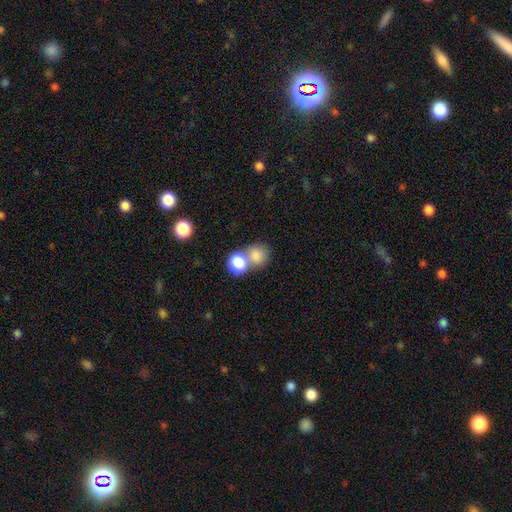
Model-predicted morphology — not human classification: A smooth galaxy with no disk features (80%) that is round (76%). Merging: merger (45%).